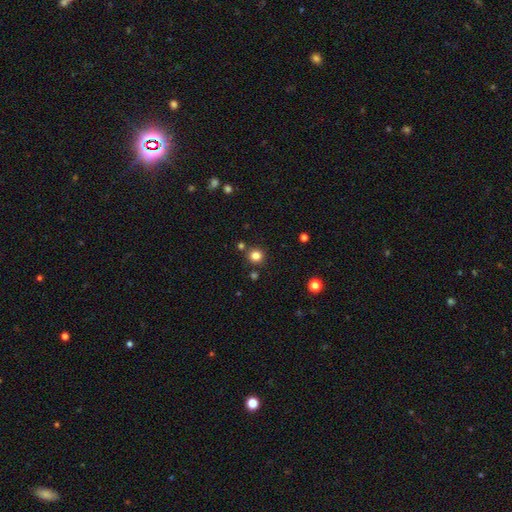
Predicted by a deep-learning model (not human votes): Smooth or featured?
  - smooth: 82% *
  - star or artifact: 14%
  - featured or disk: 5%
How rounded?
  - round: 93% *
  - in between: 6%
  - cigar-shaped: 1%
Merging?
  - none: 85% *
  - minor disturbance: 7%
  - merger: 6%
  - major disturbance: 2%